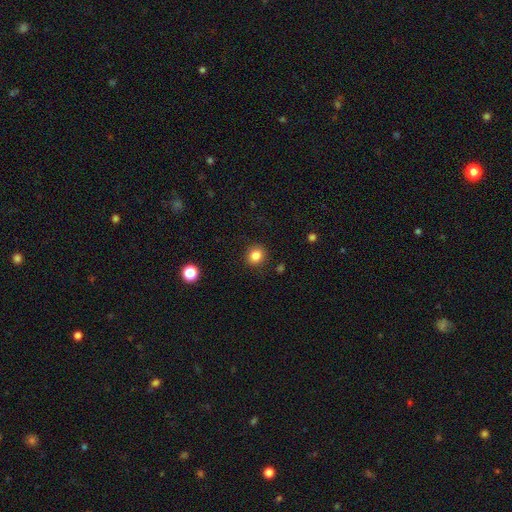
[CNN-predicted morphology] The model was most divided on "how rounded": round: 83%, in between: 16%, cigar-shaped: 1%. More confident: merging — none (90%); smooth or featured — smooth (84%).